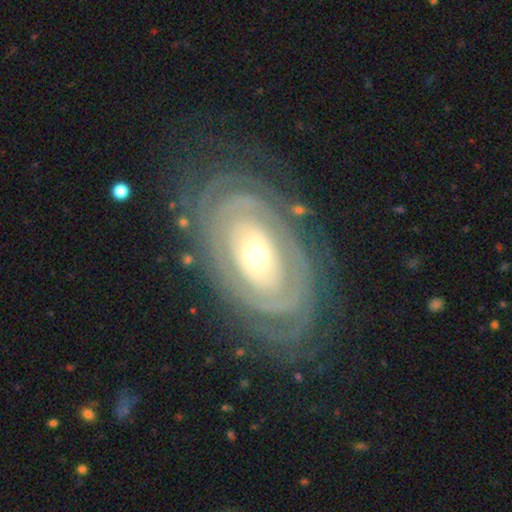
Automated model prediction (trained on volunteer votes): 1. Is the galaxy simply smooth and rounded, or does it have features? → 85% featured or disk, 10% smooth, 5% star or artifact.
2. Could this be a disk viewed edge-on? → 94% no, 6% yes.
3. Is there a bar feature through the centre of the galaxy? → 80% no, 12% weak, 8% strong.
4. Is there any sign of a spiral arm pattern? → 84% yes, 16% no.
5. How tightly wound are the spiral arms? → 85% tight, 11% medium, 4% loose.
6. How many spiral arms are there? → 44% can't tell, 17% 2, 12% 3, 11% more than 4, 10% 4, 6% 1.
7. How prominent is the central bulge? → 53% moderate, 39% small, 5% large, 1% dominant, 1% none.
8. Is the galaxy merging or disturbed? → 79% none, 13% minor disturbance, 7% major disturbance, 1% merger.